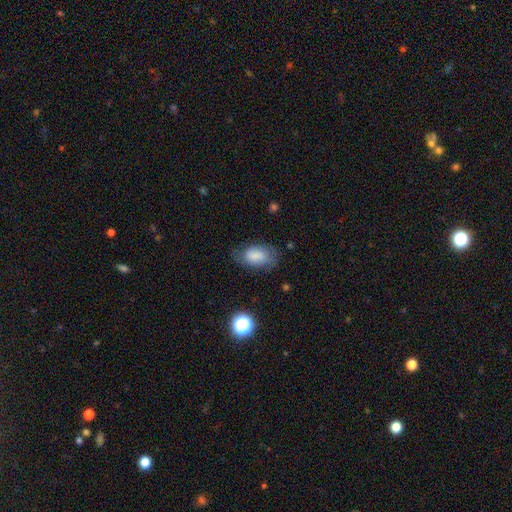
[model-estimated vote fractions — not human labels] Morphology: type=smooth (75%); roundness=in between (90%); merging=none (64%).